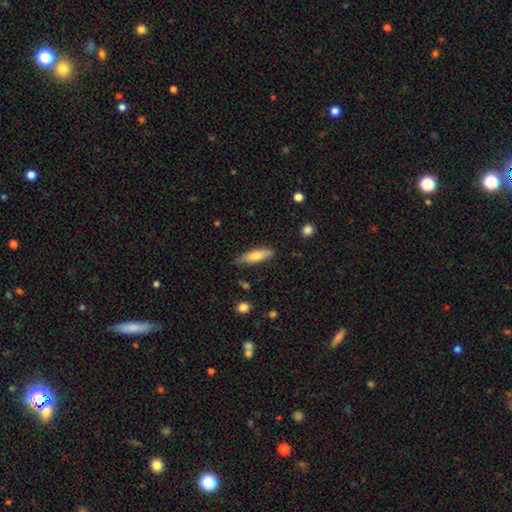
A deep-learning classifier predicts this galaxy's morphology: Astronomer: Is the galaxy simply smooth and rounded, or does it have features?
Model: smooth — 68%.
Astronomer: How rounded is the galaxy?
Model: cigar-shaped — 58% (runner-up: in between, 40%).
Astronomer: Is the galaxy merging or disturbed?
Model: none — 82%.